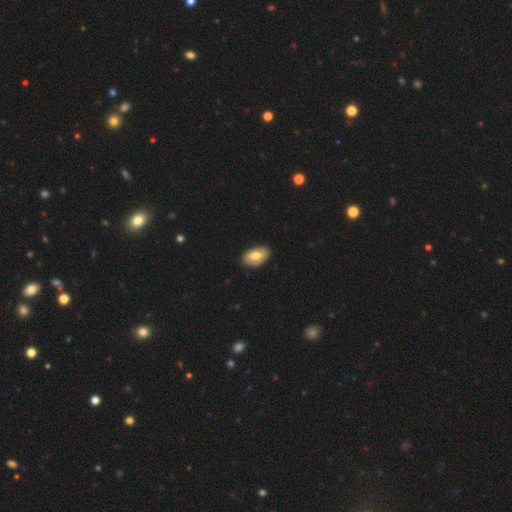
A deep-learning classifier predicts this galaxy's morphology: Smooth or featured? Predicted: smooth (p=0.73). How rounded? Predicted: in between (p=0.94). Merging? Predicted: none (p=0.86).